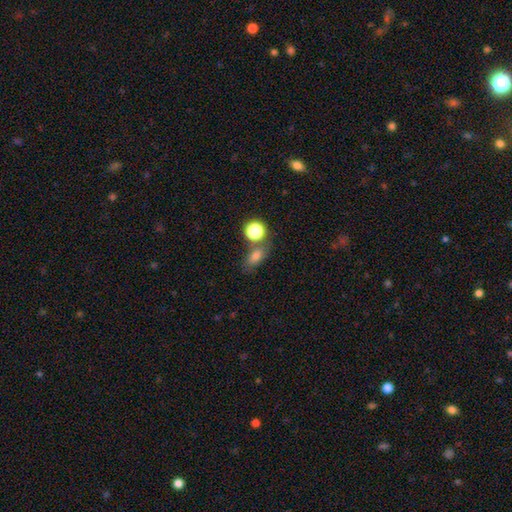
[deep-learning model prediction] smooth_or_featured: smooth (p=0.73) [alt: star or artifact p=0.18]
how_rounded: in between (p=0.68) [alt: round p=0.27]
merging: none (p=0.61) [alt: merger p=0.19]